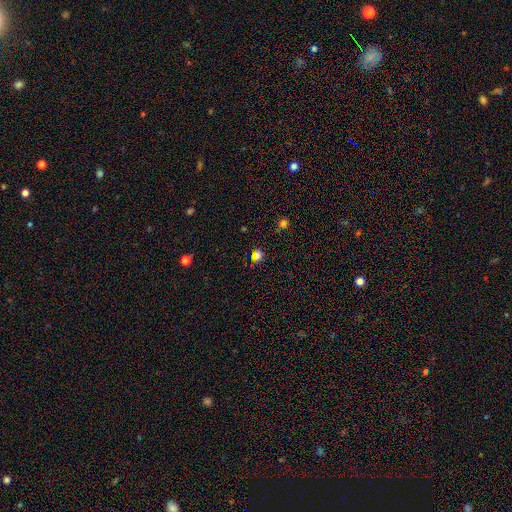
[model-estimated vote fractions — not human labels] Morphology: type=smooth (67%); roundness=round (73%); merging=none (84%).